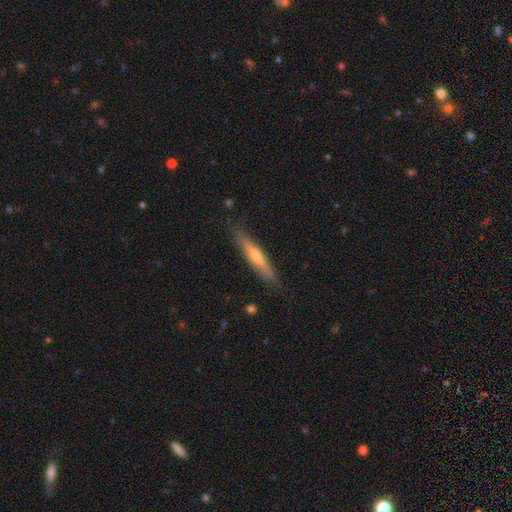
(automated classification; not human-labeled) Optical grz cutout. It shows a featured or disk galaxy (58%) viewed edge-on (93%) with a rounded central bulge (77%). Merging: none (86%).